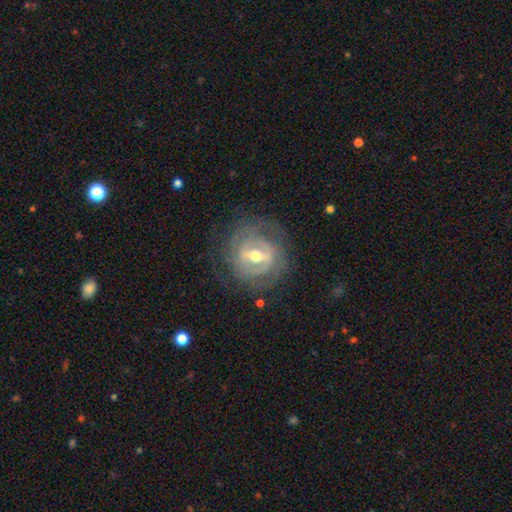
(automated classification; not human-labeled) This is clearly a featured or disk galaxy (84%). It is clearly not viewed edge-on (94%). Bar: possibly strong (51%). Spiral arm pattern: likely yes (78%). Spiral arm count: marginally can't tell (44%). Spiral winding: likely tight (69%). Central bulge: likely moderate (71%). Merging: likely none (76%).